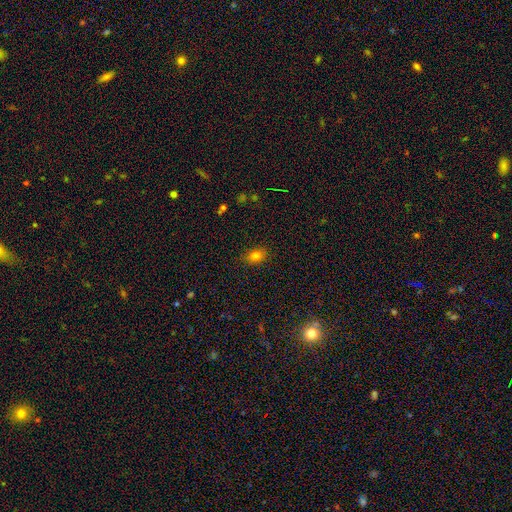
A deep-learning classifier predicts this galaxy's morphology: This appears to be a smooth galaxy with no disk features (79%) that is in between round and cigar-shaped (74%). Merging: none (85%).